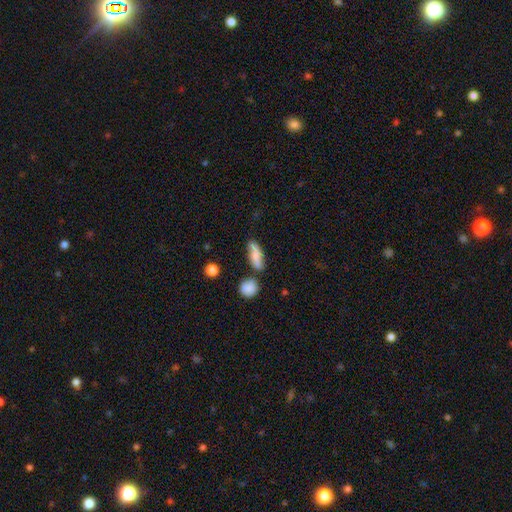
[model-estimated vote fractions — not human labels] This is likely a smooth galaxy (64%). How rounded: possibly in between (53%). Merging: likely none (64%).